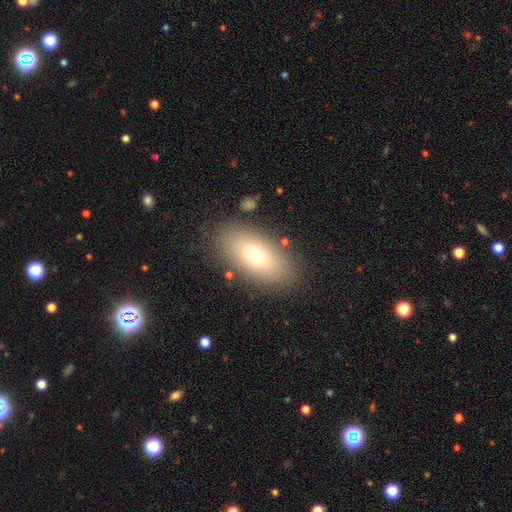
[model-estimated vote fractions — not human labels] This appears to be a smooth galaxy with no disk features (70%) that is in between round and cigar-shaped (90%). Merging: none (84%).